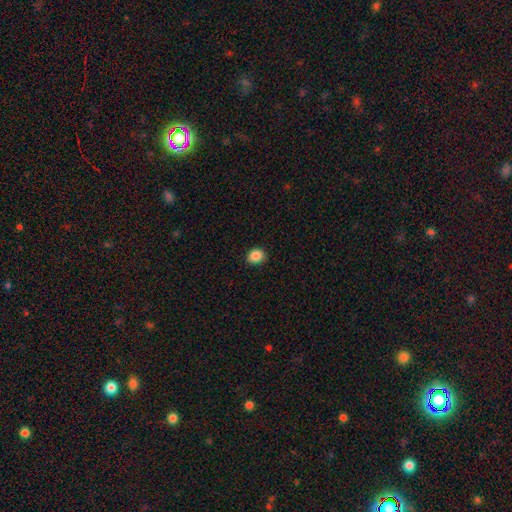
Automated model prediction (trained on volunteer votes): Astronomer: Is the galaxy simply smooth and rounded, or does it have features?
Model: smooth — 88%.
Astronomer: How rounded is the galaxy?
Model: round — 58% (runner-up: in between, 41%).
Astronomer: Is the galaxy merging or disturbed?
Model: none — 88%.